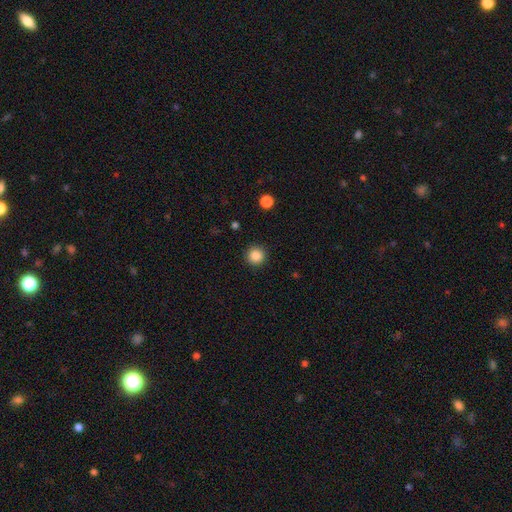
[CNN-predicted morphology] smooth-or-featured: smooth: 86% | star or artifact: 11% | featured or disk: 3%
  how-rounded: round: 96% | in between: 3% | cigar-shaped: 1%
  merging: none: 91% | minor disturbance: 5% | major disturbance: 2% | merger: 1%